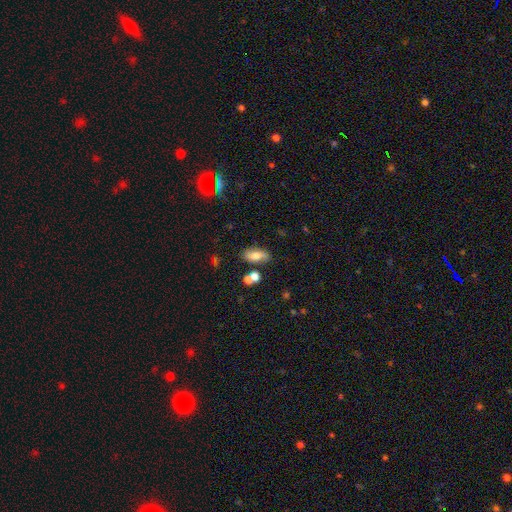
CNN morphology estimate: smooth 69%, featured or disk 21%, star or artifact 10%. Down the decision tree: how rounded — in between (81%); merging — none (73%).